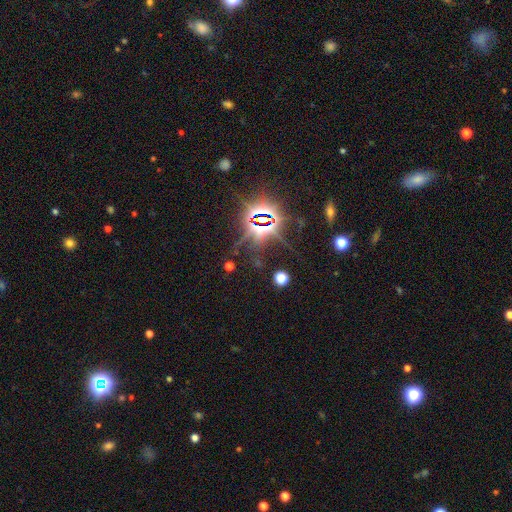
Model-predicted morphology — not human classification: This appears to be a star or artifact, not a galaxy (83%).